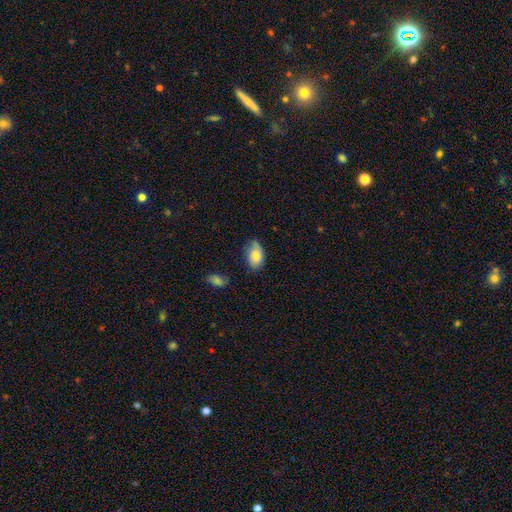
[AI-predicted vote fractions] Smooth or featured: smooth — 82% (featured or disk — 11%)
How rounded: in between — 92% (round — 7%)
Merging: none — 59% (minor disturbance — 32%)